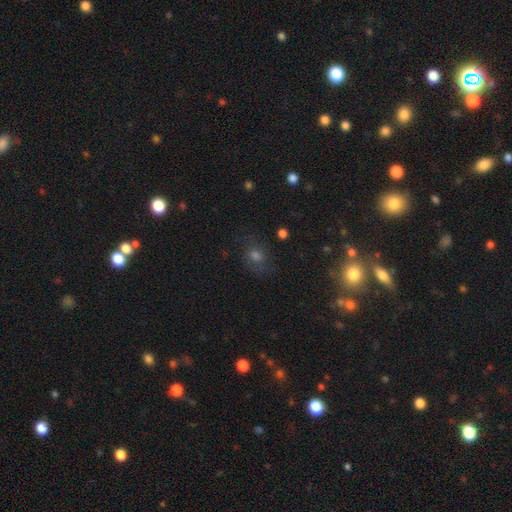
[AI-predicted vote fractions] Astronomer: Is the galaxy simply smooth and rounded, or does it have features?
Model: smooth — 44% (runner-up: star or artifact, 32%).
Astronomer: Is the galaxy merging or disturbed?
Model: none — 71%.